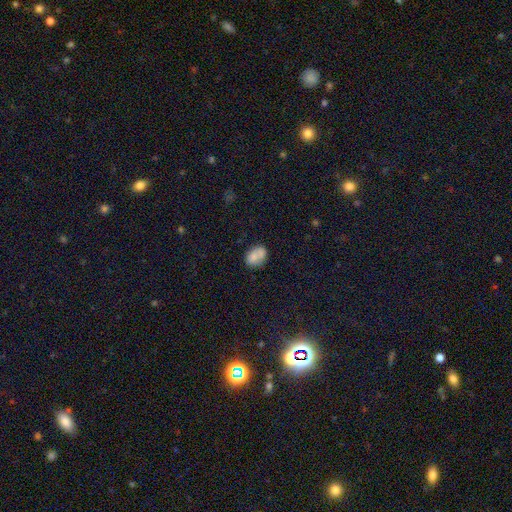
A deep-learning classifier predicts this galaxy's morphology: smooth_or_featured: smooth (p=0.75) [alt: featured or disk p=0.16]
how_rounded: in between (p=0.70) [alt: round p=0.28]
merging: none (p=0.49) [alt: merger p=0.27]